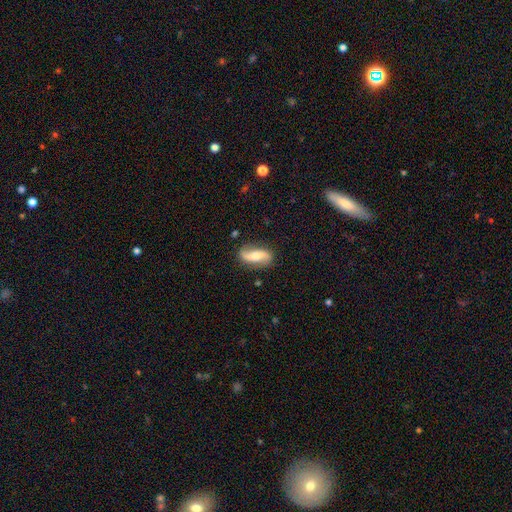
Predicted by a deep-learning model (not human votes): The model was most divided on "bulge size": moderate: 55%, small: 35%, large: 5%, none: 3%, dominant: 2%. More confident: spiral arms — yes (91%); spiral arm count — 2 (91%); edge-on disk — no (90%); merging — none (81%); spiral winding — loose (78%); smooth or featured — featured or disk (67%); bar — no (51%).